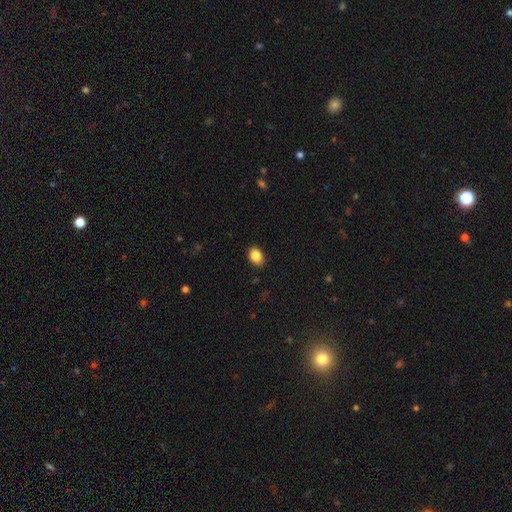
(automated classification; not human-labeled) Q: Smooth or featured?
A: smooth (86%); runner-up: star or artifact (9%)
Q: How rounded?
A: in between (70%); runner-up: round (29%)
Q: Merging?
A: none (88%); runner-up: minor disturbance (9%)